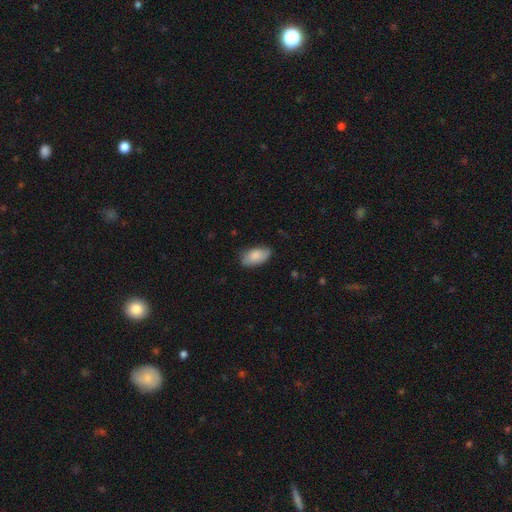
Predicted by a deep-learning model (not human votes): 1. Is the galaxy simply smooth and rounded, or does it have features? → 84% smooth, 10% featured or disk, 6% star or artifact.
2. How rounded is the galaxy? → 94% in between, 3% round, 3% cigar-shaped.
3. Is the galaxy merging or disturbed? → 76% none, 20% minor disturbance, 3% major disturbance, 1% merger.